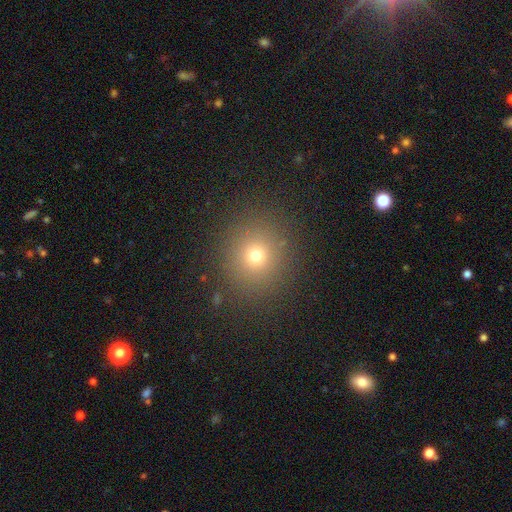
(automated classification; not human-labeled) smooth_or_featured: smooth (p=0.71) [alt: star or artifact p=0.20]
how_rounded: round (p=0.89) [alt: in between p=0.11]
merging: none (p=0.88) [alt: minor disturbance p=0.07]